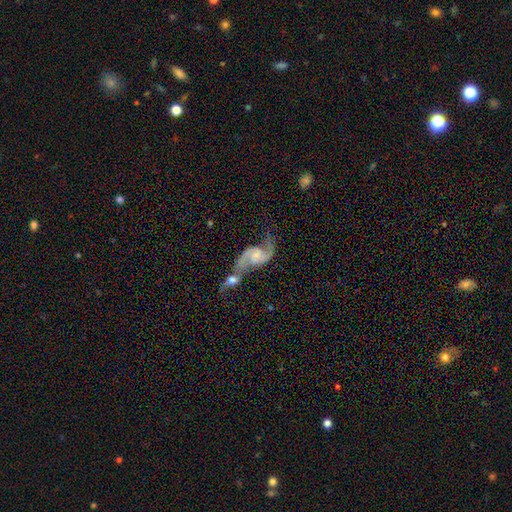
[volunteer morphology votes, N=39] smooth_or_featured: featured or disk (p=0.90) [alt: smooth p=0.10]
disk_edge_on: no (p=1.00)
bar: no (p=0.66) [alt: weak p=0.34]
has_spiral_arms: yes (p=1.00)
spiral_winding: loose (p=0.60) [alt: medium p=0.37]
spiral_arm_count: 2 (p=1.00)
bulge_size: small (p=0.60) [alt: moderate p=0.23]
merging: none (p=0.41) [alt: merger p=0.36]